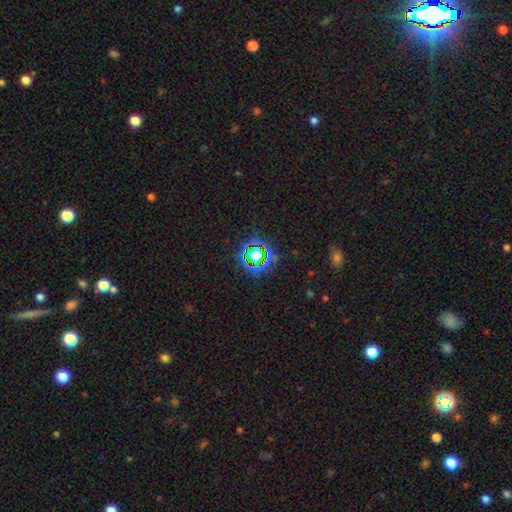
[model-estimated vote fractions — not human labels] This is likely a star or artifact rather than a galaxy (72%).